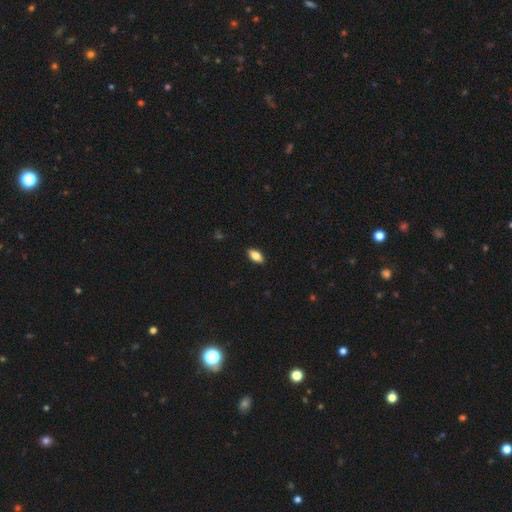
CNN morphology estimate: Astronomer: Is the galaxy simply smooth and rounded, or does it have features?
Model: smooth — 79%.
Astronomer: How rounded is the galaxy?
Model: in between — 88%.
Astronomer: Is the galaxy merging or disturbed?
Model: none — 89%.